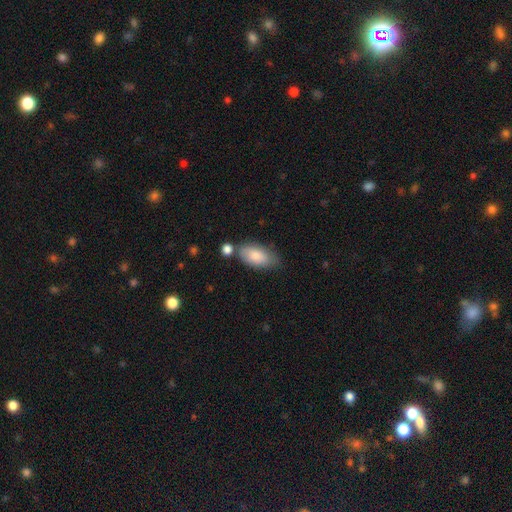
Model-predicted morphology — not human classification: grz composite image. It shows a smooth galaxy with no disk features (84%) that is in between round and cigar-shaped (91%). Merging: none (59%).